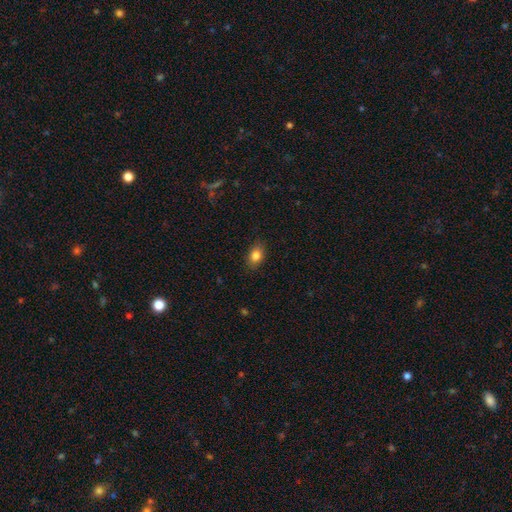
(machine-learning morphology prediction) This is clearly a smooth galaxy (83%). How rounded: likely in between (74%). Merging: clearly none (84%).